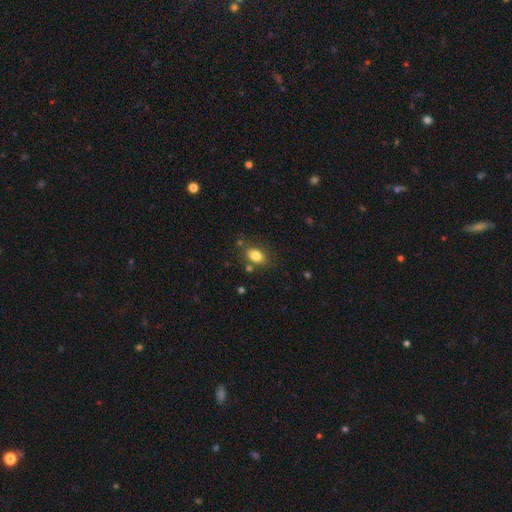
Overall: smooth (89%). How rounded: in between (85%). Merging: none (71%).